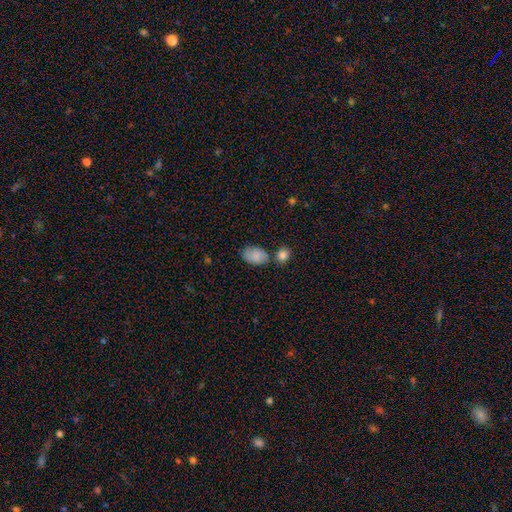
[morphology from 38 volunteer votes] This is clearly a smooth galaxy (82%). How rounded: clearly in between (94%). Merging: likely none (71%).